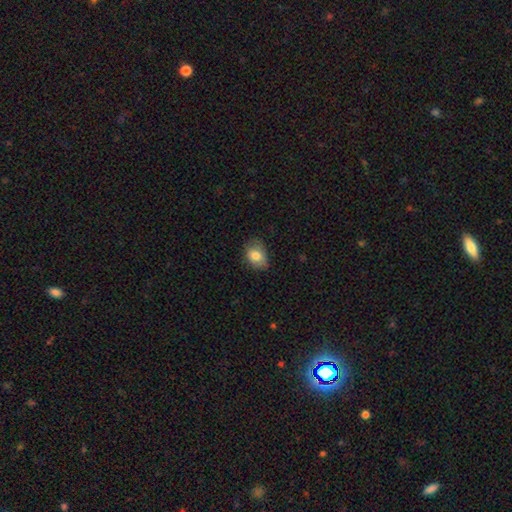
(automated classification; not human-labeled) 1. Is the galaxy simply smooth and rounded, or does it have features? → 80% smooth, 12% featured or disk, 8% star or artifact.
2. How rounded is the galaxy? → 71% in between, 28% round, 1% cigar-shaped.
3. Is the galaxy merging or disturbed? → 68% none, 26% minor disturbance, 5% major disturbance, 1% merger.